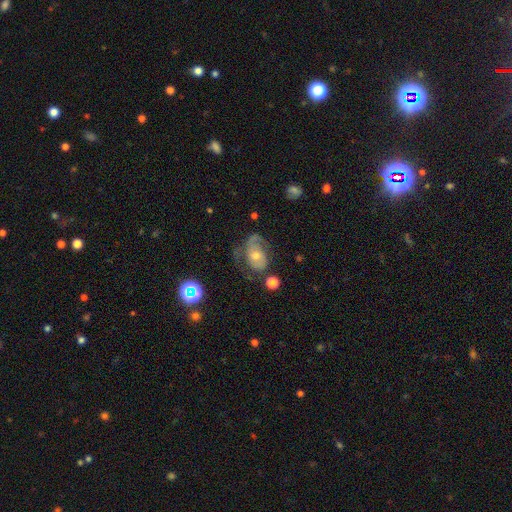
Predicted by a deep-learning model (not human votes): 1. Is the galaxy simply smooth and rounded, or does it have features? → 65% featured or disk, 23% smooth, 12% star or artifact.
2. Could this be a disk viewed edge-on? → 96% no, 4% yes.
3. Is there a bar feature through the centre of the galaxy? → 72% no, 23% weak, 5% strong.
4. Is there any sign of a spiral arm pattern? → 78% yes, 22% no.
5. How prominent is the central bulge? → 51% moderate, 41% small, 4% large, 3% none, 1% dominant.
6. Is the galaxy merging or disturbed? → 46% none, 27% major disturbance, 24% minor disturbance, 3% merger.